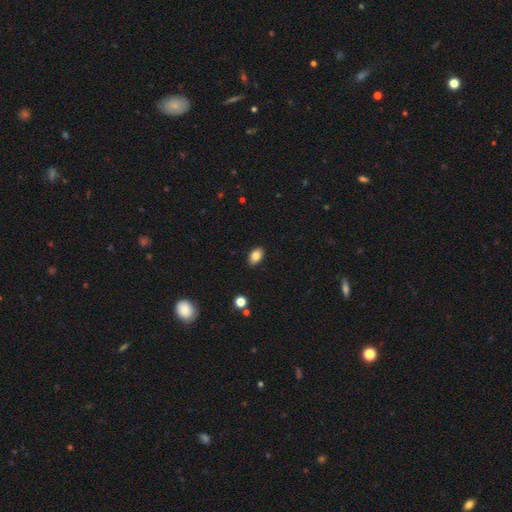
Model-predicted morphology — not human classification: Smooth or featured? Predicted: smooth (p=0.83). How rounded? Predicted: in between (p=0.86). Merging? Predicted: none (p=0.89).